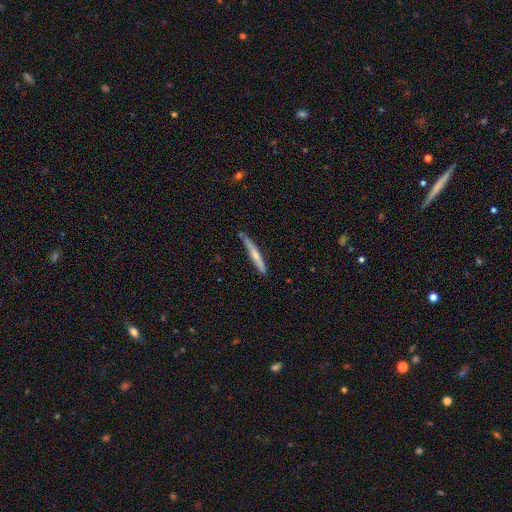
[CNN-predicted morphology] smooth-or-featured: smooth: 53% | featured or disk: 41% | star or artifact: 5%
  how-rounded: cigar-shaped: 96% | in between: 3% | round: 1%
  merging: none: 76% | minor disturbance: 18% | merger: 3% | major disturbance: 3%